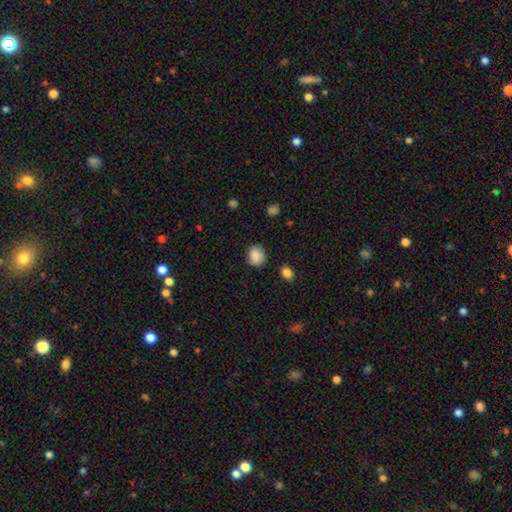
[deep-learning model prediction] smooth-or-featured: smooth: 88% | star or artifact: 9% | featured or disk: 4%
  how-rounded: round: 66% | in between: 34% | cigar-shaped: 1%
  merging: none: 81% | minor disturbance: 14% | major disturbance: 3% | merger: 2%